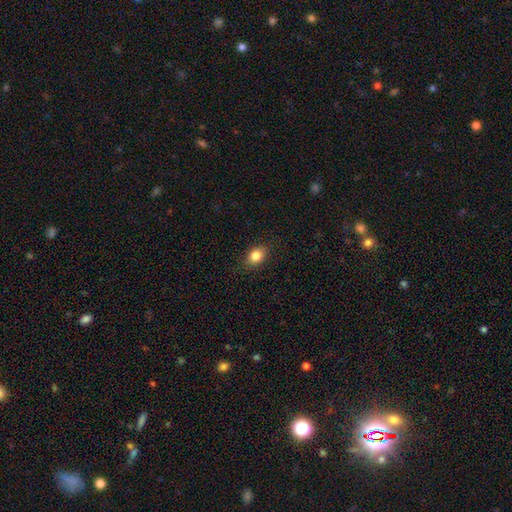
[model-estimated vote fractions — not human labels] smooth-or-featured: smooth: 85% | star or artifact: 9% | featured or disk: 7%
  how-rounded: in between: 71% | round: 28% | cigar-shaped: 1%
  merging: none: 87% | minor disturbance: 10% | major disturbance: 2% | merger: 1%